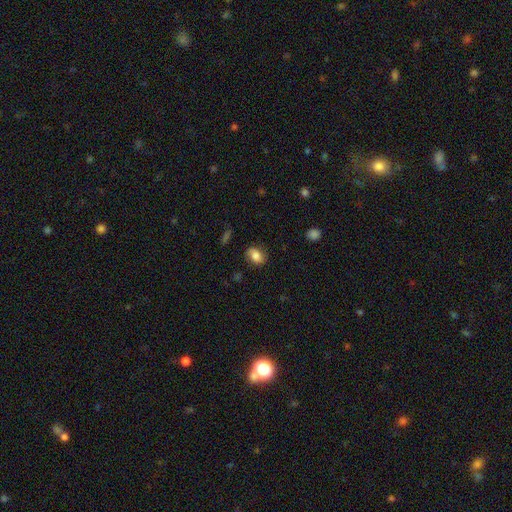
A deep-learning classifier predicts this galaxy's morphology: The model was most divided on "how rounded": in between: 71%, round: 28%, cigar-shaped: 1%. More confident: merging — none (75%); smooth or featured — smooth (74%).